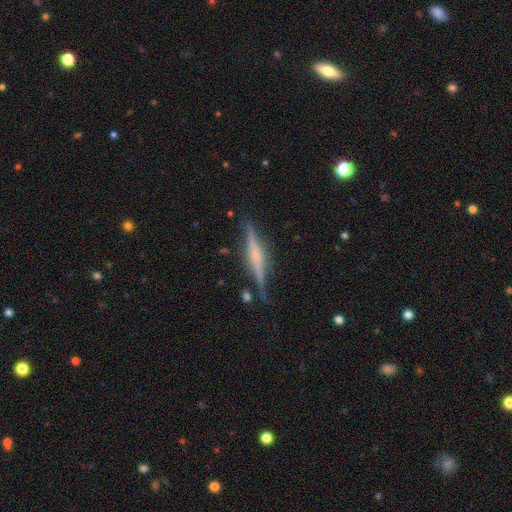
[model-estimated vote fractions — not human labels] smooth-or-featured: featured or disk: 79% | smooth: 14% | star or artifact: 7%
  disk-edge-on: yes: 98% | no: 2%
    edge-on-bulge: rounded: 62% | boxy: 25% | none: 13%
  merging: none: 85% | minor disturbance: 10% | major disturbance: 3% | merger: 2%